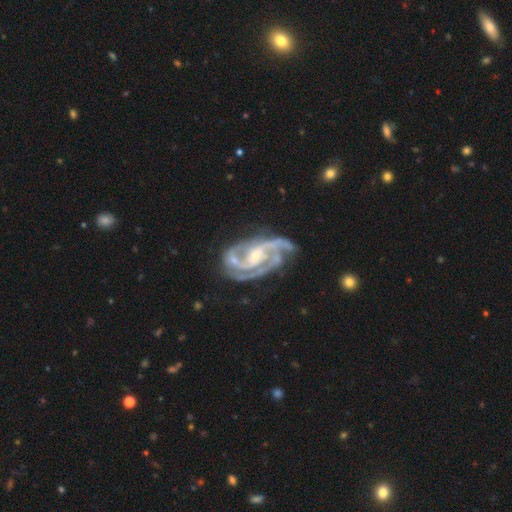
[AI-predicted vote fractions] This is clearly a featured or disk galaxy (93%). It is clearly not viewed edge-on (98%). Bar: marginally no (42%). Spiral arm pattern: clearly yes (98%). Spiral arm count: possibly 3 (45%). Spiral winding: possibly medium (49%). Central bulge: likely small (60%). Merging: likely none (61%).